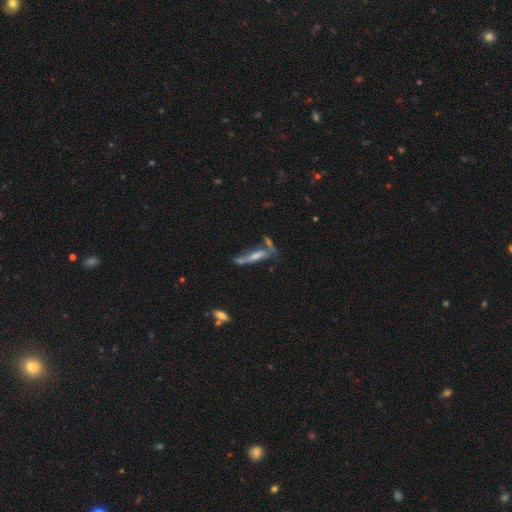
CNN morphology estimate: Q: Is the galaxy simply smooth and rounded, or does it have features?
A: featured or disk — 60%.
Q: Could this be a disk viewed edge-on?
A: yes — 66%.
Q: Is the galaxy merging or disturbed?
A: none — 45%.